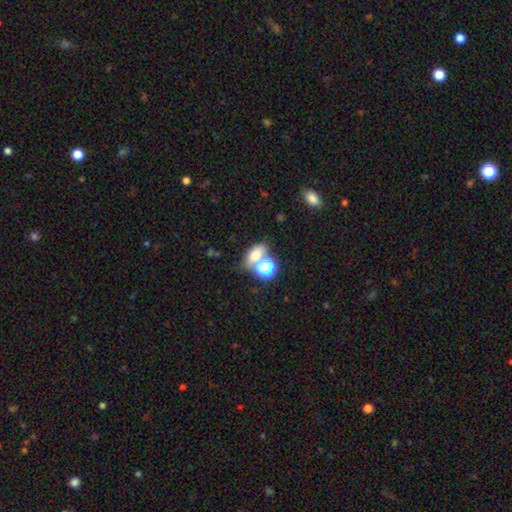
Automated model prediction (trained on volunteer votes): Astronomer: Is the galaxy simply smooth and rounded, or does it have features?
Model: smooth — 70%.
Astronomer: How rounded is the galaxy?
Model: in between — 69%.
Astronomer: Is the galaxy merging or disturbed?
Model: none — 50% (runner-up: merger, 33%).